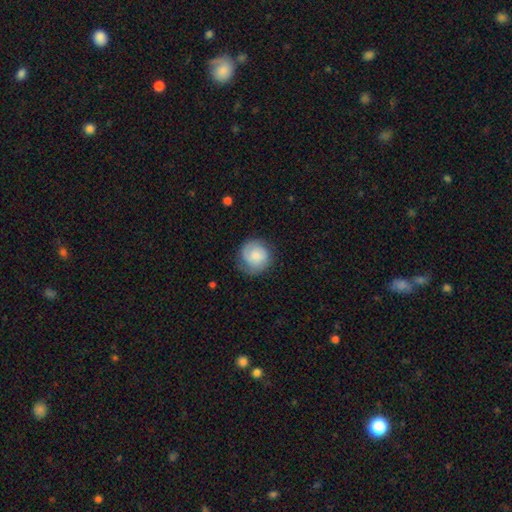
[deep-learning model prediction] Overall: smooth (61%; featured or disk 32%). How rounded: round (90%). Merging: none (71%).